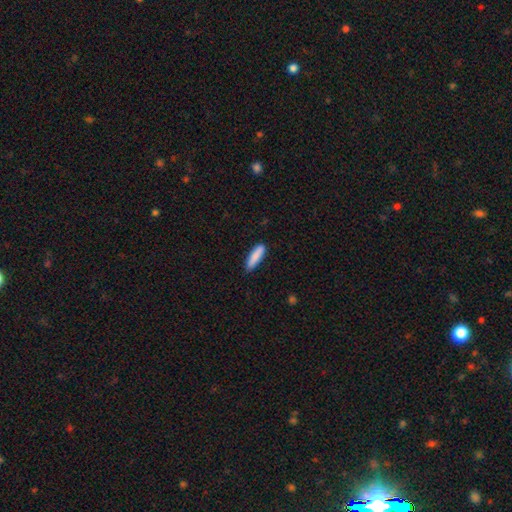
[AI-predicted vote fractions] Smooth or featured: smooth — 87% (featured or disk — 7%)
How rounded: cigar-shaped — 71% (in between — 27%)
Merging: none — 86% (minor disturbance — 11%)